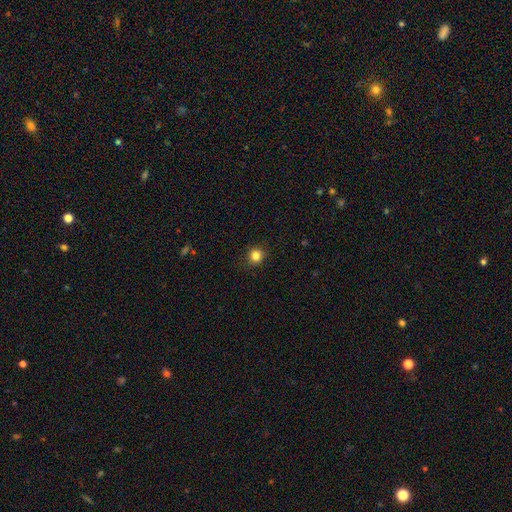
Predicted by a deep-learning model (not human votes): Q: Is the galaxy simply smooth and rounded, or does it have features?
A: smooth — 83%.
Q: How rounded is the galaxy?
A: round — 91%.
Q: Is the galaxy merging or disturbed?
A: none — 89%.